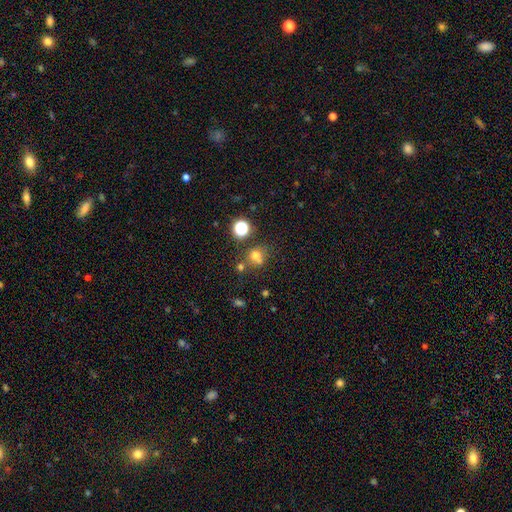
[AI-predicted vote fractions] Smooth or featured: smooth — 64% (star or artifact — 24%)
How rounded: round — 77% (in between — 21%)
Merging: none — 55% (merger — 26%)